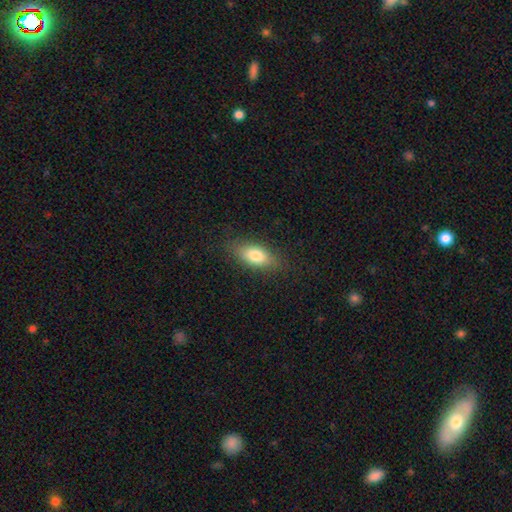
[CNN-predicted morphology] This appears to be a smooth galaxy with no disk features (78%) that is in between round and cigar-shaped (82%). Merging: none (83%).